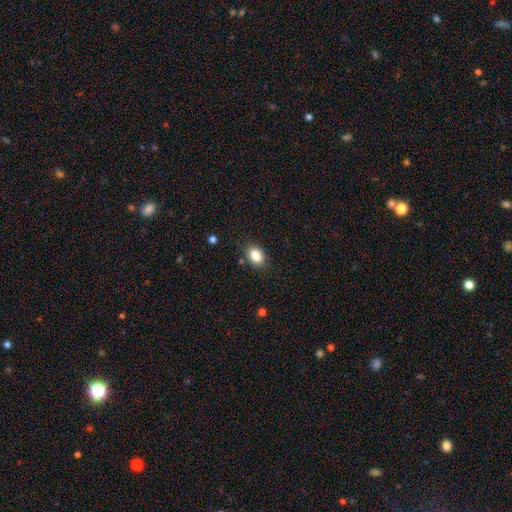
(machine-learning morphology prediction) Smooth or featured: smooth — 85% (star or artifact — 9%)
How rounded: in between — 79% (round — 20%)
Merging: none — 84% (minor disturbance — 11%)